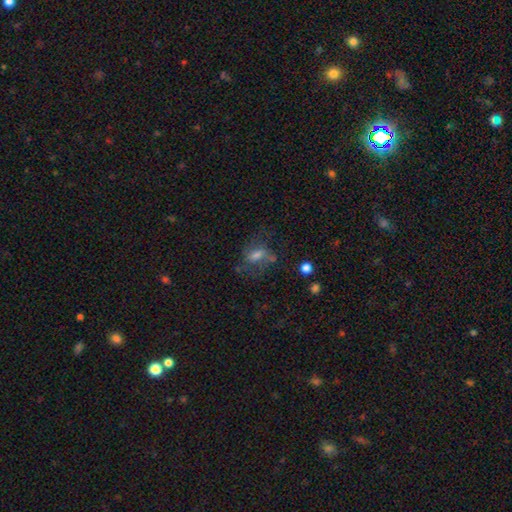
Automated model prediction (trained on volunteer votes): Morphology: type=smooth (43%); merging=none (47%).